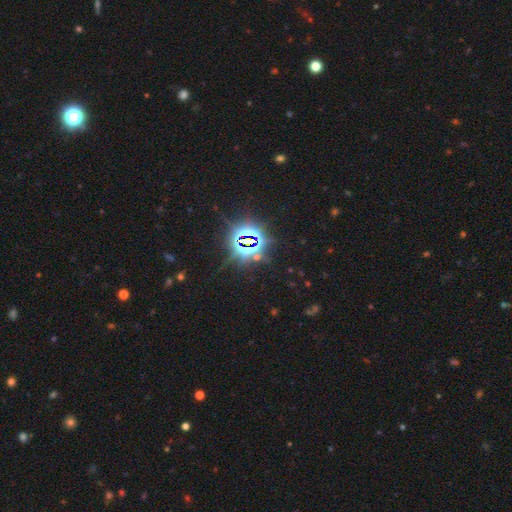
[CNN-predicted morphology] type=star or artifact (82%).